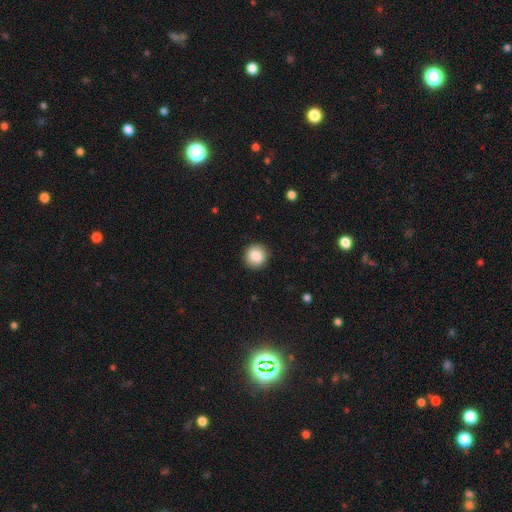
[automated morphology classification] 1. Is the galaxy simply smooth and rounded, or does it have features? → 87% smooth, 8% star or artifact, 5% featured or disk.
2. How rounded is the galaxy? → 91% round, 8% in between, 1% cigar-shaped.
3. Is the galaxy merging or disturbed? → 91% none, 6% minor disturbance, 2% major disturbance, 1% merger.